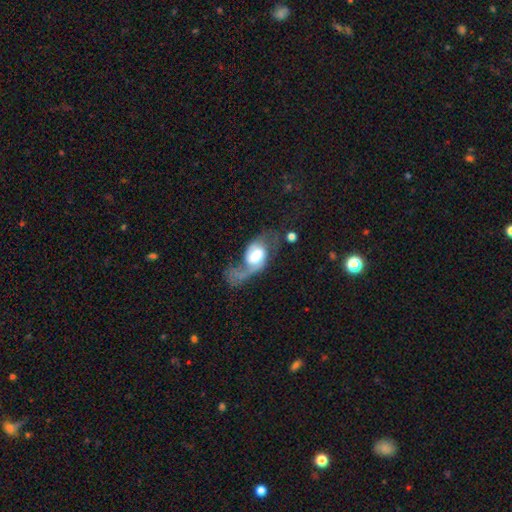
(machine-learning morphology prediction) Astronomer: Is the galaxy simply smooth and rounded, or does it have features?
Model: featured or disk — 66%.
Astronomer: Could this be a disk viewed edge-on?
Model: no — 96%.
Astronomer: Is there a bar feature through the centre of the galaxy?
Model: no — 41%, tied with weak at 41%.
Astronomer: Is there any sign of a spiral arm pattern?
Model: yes — 83%.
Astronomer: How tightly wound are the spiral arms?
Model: loose — 65%.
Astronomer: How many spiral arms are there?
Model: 2 — 56% (runner-up: 1, 35%).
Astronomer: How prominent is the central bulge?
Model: large — 48%.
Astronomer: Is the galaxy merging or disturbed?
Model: major disturbance — 49%.